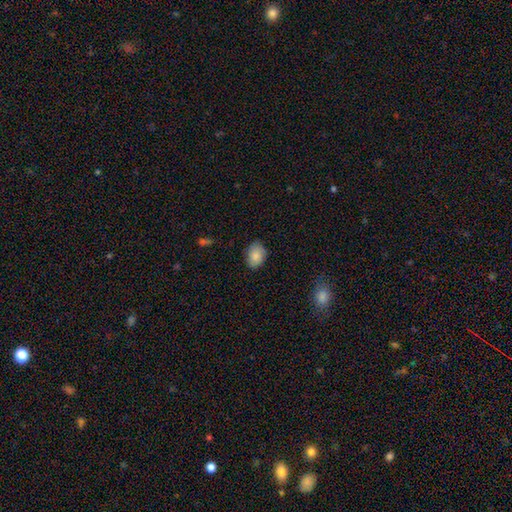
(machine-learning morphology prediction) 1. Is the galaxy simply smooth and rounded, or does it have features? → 87% smooth, 7% star or artifact, 6% featured or disk.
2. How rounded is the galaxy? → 78% in between, 21% round, 1% cigar-shaped.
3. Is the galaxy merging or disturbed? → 83% none, 14% minor disturbance, 3% major disturbance, 1% merger.